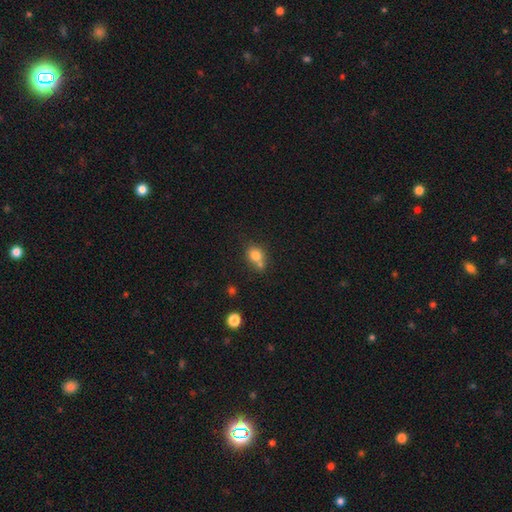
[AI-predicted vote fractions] Morphology: type=smooth (78%); roundness=round (65%); merging=none (46%).